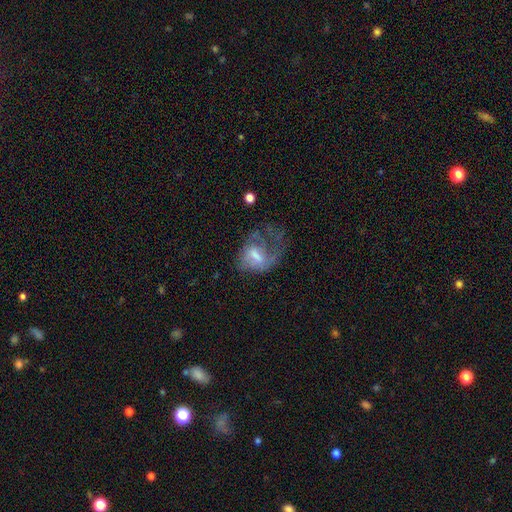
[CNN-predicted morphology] A featured or disk galaxy (56%) with a weak bar (45%), spiral arms (54%) and a moderate central bulge (43%). Merging: major disturbance (51%).